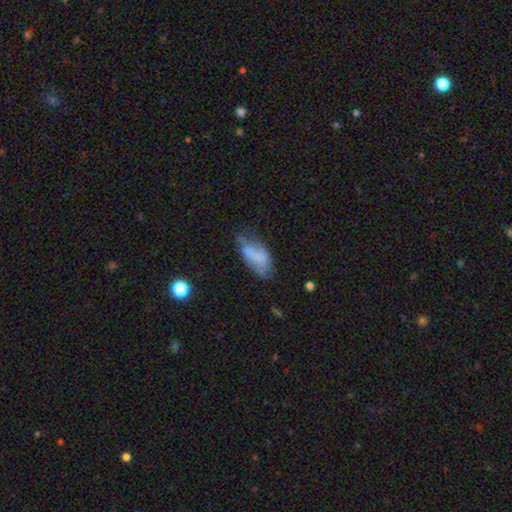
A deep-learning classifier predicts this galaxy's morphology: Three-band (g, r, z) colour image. It shows a smooth galaxy with no disk features (61%) that is in between round and cigar-shaped (89%). Merging: none (36%).